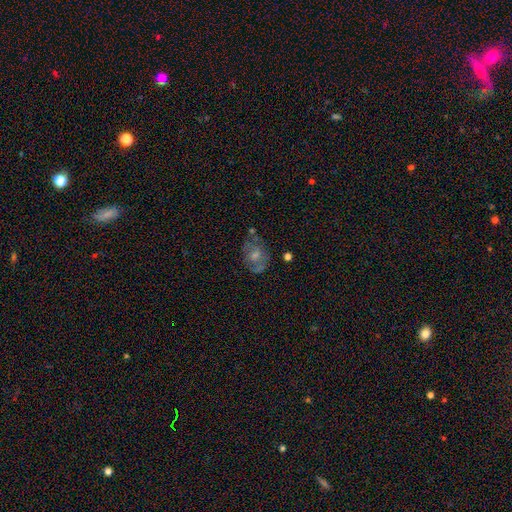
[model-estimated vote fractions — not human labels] This appears to be a featured or disk galaxy (49%). Merging: none (53%).